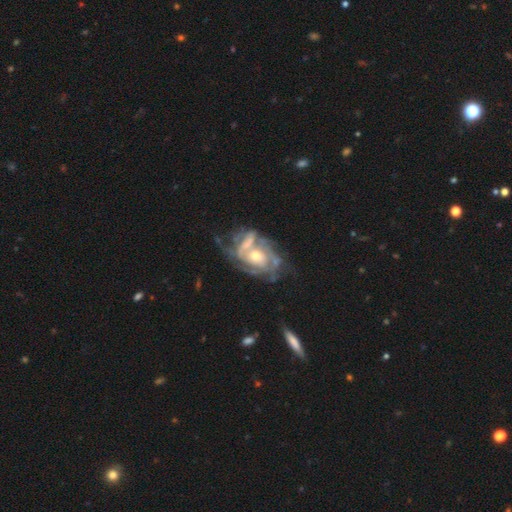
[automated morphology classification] smooth_or_featured: featured or disk (p=0.83) [alt: smooth p=0.10]
disk_edge_on: no (p=0.96) [alt: yes p=0.04]
bar: no (p=0.69) [alt: weak p=0.24]
has_spiral_arms: yes (p=0.83) [alt: no p=0.17]
spiral_winding: tight (p=0.52) [alt: medium p=0.34]
spiral_arm_count: can't tell (p=0.43) [alt: 2 p=0.24]
bulge_size: moderate (p=0.60) [alt: small p=0.28]
merging: none (p=0.38) [alt: major disturbance p=0.24]